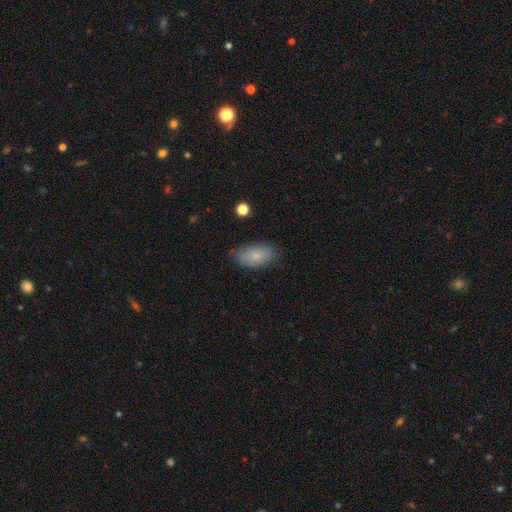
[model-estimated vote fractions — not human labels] Q: Smooth or featured?
A: smooth (79%); runner-up: featured or disk (14%)
Q: How rounded?
A: in between (92%); runner-up: round (4%)
Q: Merging?
A: none (74%); runner-up: minor disturbance (20%)